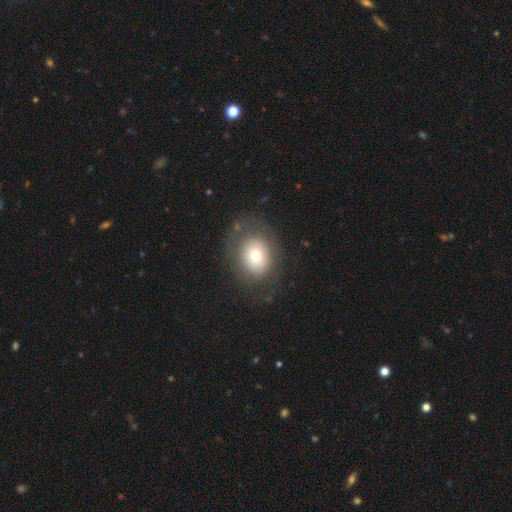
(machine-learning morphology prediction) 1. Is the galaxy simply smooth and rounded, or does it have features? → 67% smooth, 24% featured or disk, 10% star or artifact.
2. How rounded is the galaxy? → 52% round, 48% in between, 1% cigar-shaped.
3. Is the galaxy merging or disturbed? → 69% none, 18% minor disturbance, 12% major disturbance, 2% merger.